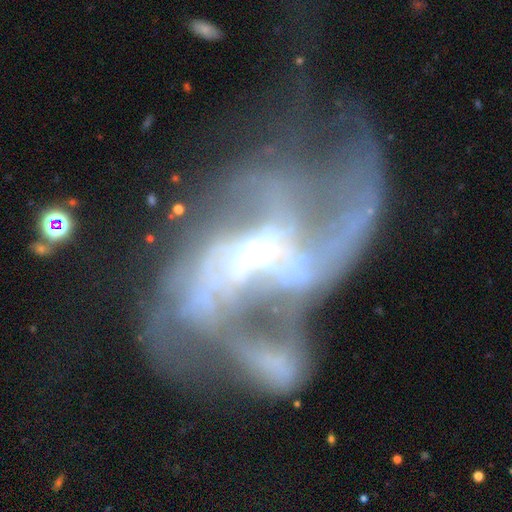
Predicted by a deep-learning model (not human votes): The model was most divided on "merging": major disturbance: 42%, merger: 36%, none: 14%, minor disturbance: 9%. Remaining: edge-on disk — no (97%); smooth or featured — featured or disk (83%); spiral arms — yes (81%); spiral winding — loose (57%); bulge size — small (50%); bar — no (49%); spiral arm count — 2 (35%).